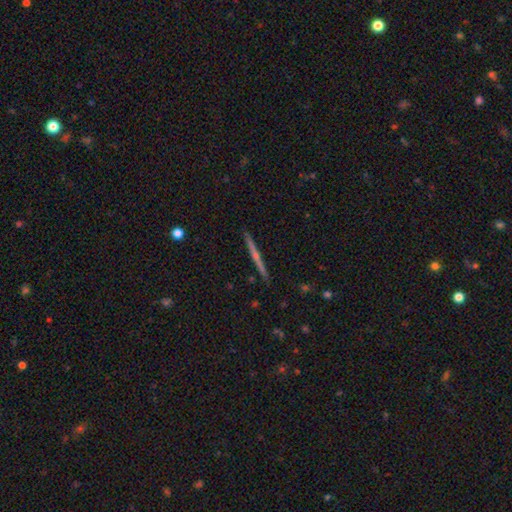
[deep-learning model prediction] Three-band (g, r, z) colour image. It shows a featured or disk galaxy (73%) viewed edge-on (98%) with a rounded central bulge (66%). Merging: none (92%).